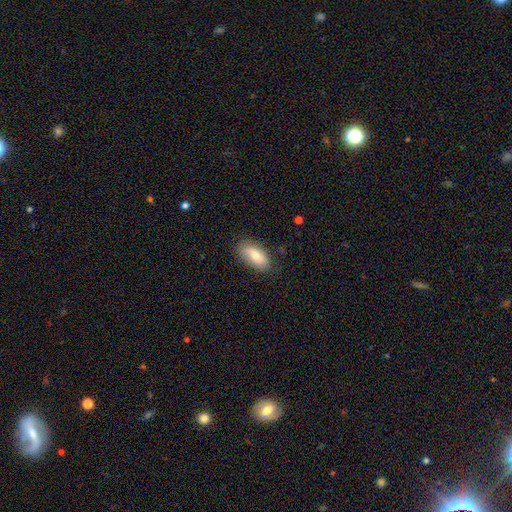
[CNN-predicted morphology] type=smooth (75%); roundness=in between (91%); merging=none (78%).